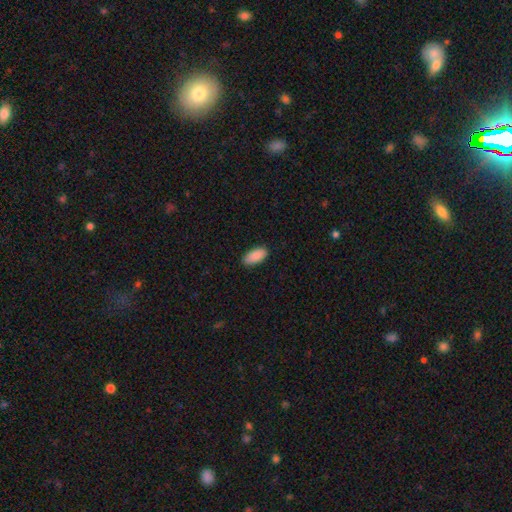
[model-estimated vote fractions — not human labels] Morphology: type=smooth (90%); roundness=in between (92%); merging=none (88%).